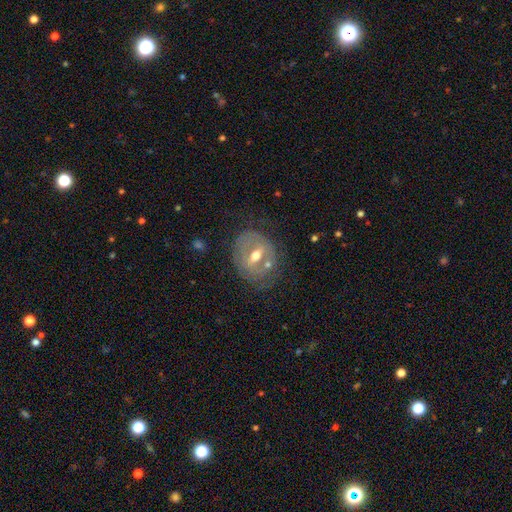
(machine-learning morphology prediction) A featured or disk galaxy (66%) with a weak bar (40%), no spiral arms (70%) and a moderate central bulge (76%).

Vote fractions:
- Smooth or featured? featured or disk: 66% / smooth: 26% / star or artifact: 8%
- Edge-on disk? no: 89% / yes: 11%
- Bar? weak: 40% / strong: 39% / no: 21%
- Spiral arms? no: 70% / yes: 30%
- Bulge size? moderate: 76% / small: 15% / large: 6% / none: 1% / dominant: 1%
- Merging? none: 60% / minor disturbance: 21% / major disturbance: 12% / merger: 6%